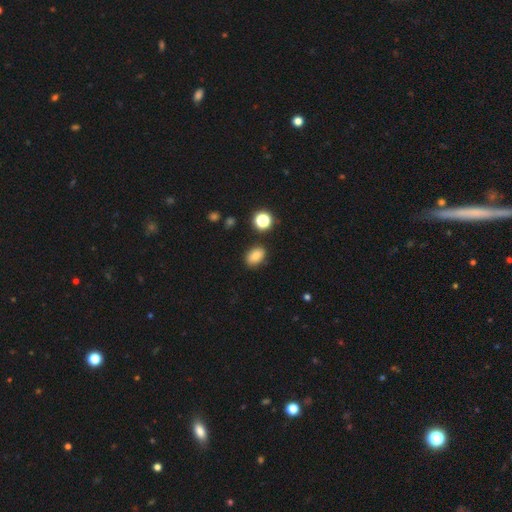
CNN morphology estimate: The model was most divided on "how rounded": in between: 81%, round: 18%, cigar-shaped: 1%. More confident: smooth or featured — smooth (84%); merging — none (83%).